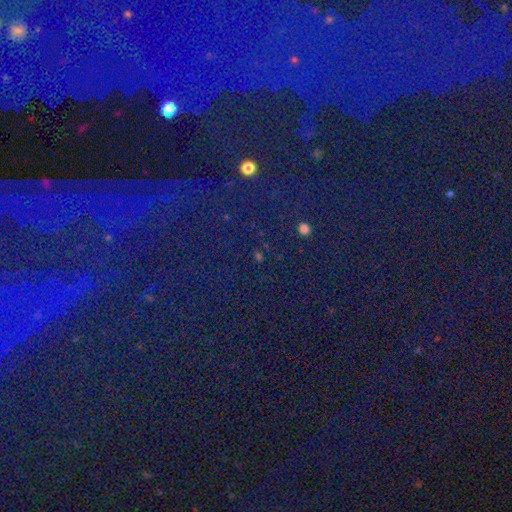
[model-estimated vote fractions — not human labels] Smooth or featured?
  - star or artifact: 81% *
  - smooth: 10%
  - featured or disk: 9%